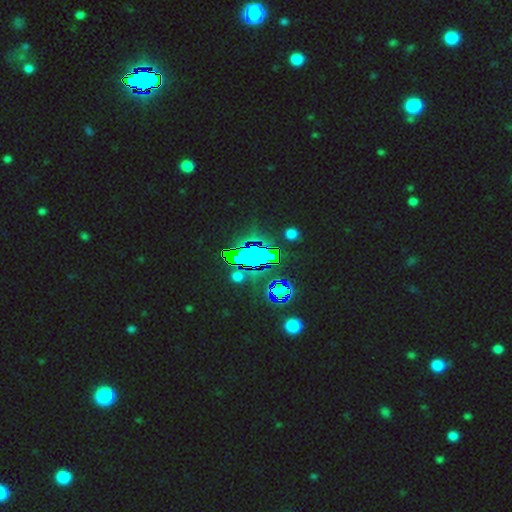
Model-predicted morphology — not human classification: A star or artifact, not a galaxy (84%).

Vote fractions:
- Smooth or featured? star or artifact: 84% / smooth: 9% / featured or disk: 7%